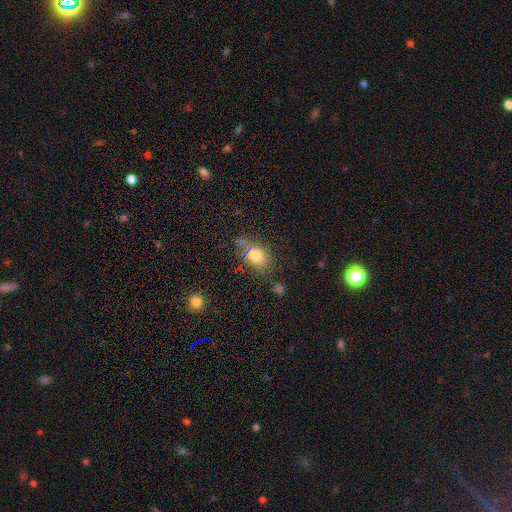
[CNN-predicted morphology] Smooth or featured: smooth — 72% (star or artifact — 16%)
How rounded: in between — 60% (round — 37%)
Merging: none — 68% (minor disturbance — 18%)